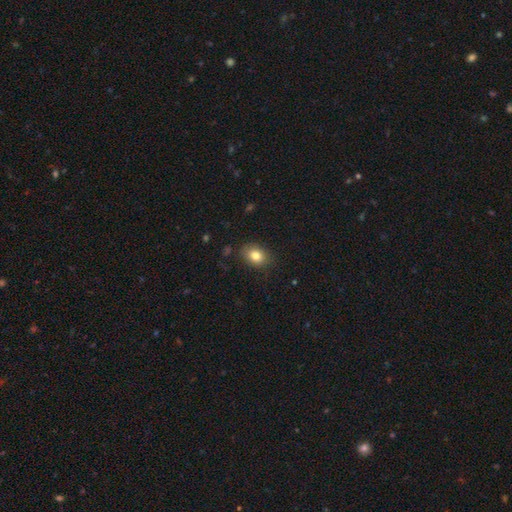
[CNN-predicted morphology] smooth_or_featured: smooth (p=0.81) [alt: star or artifact p=0.09]
how_rounded: in between (p=0.71) [alt: round p=0.28]
merging: none (p=0.85) [alt: minor disturbance p=0.11]